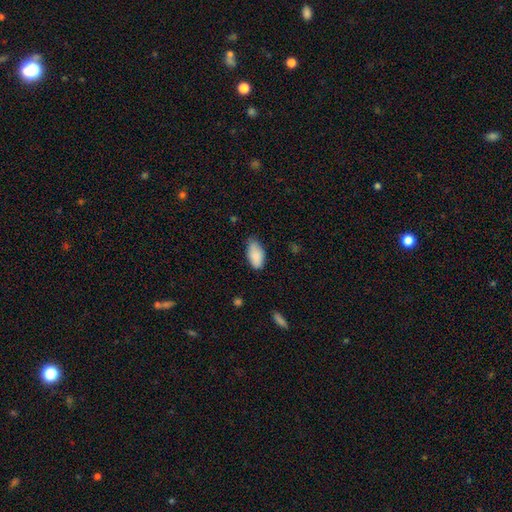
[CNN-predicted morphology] Q: Smooth or featured?
A: smooth (87%); runner-up: star or artifact (7%)
Q: How rounded?
A: in between (94%); runner-up: cigar-shaped (3%)
Q: Merging?
A: none (65%); runner-up: minor disturbance (29%)